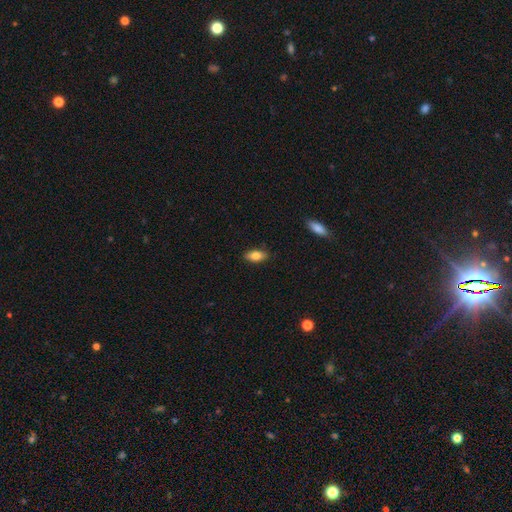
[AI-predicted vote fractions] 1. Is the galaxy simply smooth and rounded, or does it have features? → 80% smooth, 13% featured or disk, 7% star or artifact.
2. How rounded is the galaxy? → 87% in between, 10% cigar-shaped, 3% round.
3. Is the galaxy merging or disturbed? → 86% none, 11% minor disturbance, 2% major disturbance, 1% merger.